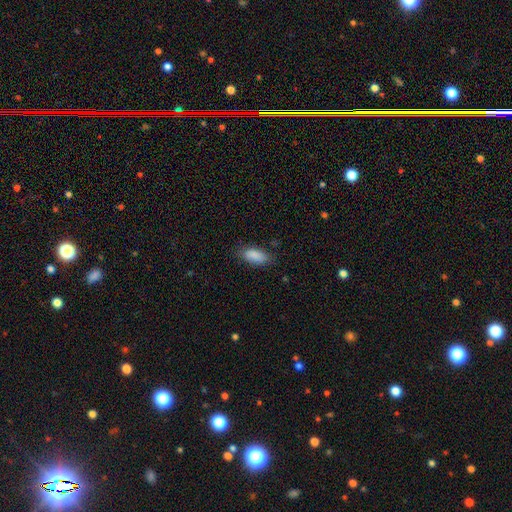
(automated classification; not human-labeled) smooth_or_featured: smooth (p=0.88) [alt: star or artifact p=0.07]
how_rounded: in between (p=0.85) [alt: cigar-shaped p=0.13]
merging: none (p=0.78) [alt: minor disturbance p=0.17]